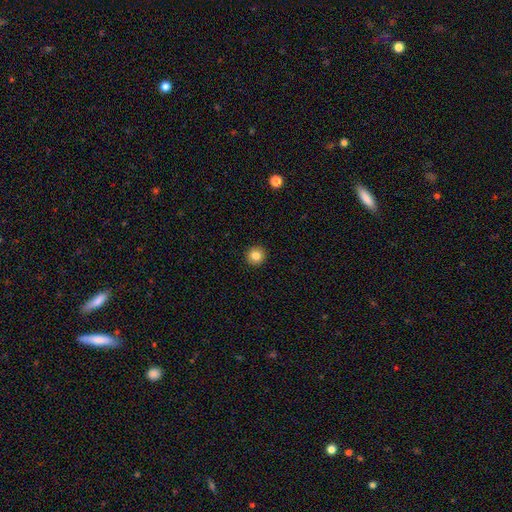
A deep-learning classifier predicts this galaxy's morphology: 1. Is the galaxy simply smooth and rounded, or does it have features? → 84% smooth, 10% star or artifact, 6% featured or disk.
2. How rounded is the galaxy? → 95% round, 4% in between, 1% cigar-shaped.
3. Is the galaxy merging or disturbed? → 93% none, 4% minor disturbance, 1% major disturbance, 1% merger.